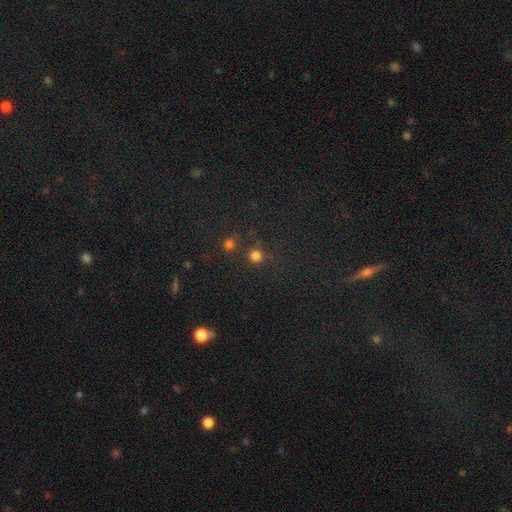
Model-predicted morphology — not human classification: This is likely a smooth galaxy (77%). How rounded: clearly round (93%). Merging: likely none (78%).